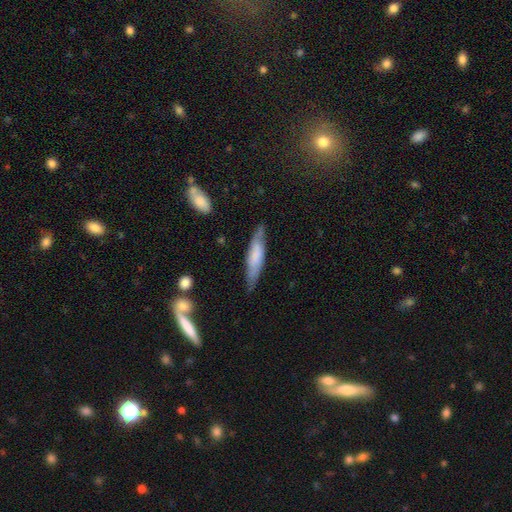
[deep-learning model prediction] This appears to be a smooth galaxy with no disk features (55%) that is cigar-shaped (76%). Merging: none (76%).